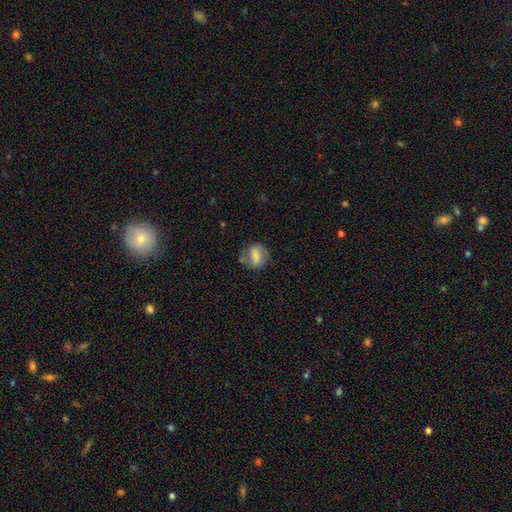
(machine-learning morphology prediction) Smooth or featured? smooth (61%)
How rounded? in between (54%)
Merging? none (57%)